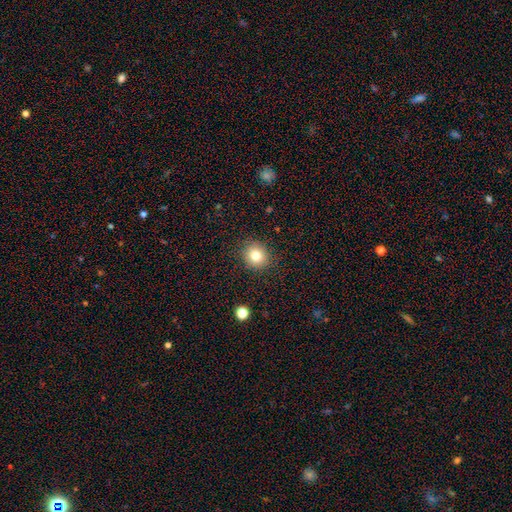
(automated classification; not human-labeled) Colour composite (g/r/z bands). It shows a smooth galaxy with no disk features (80%) that is round (84%). Merging: none (89%).